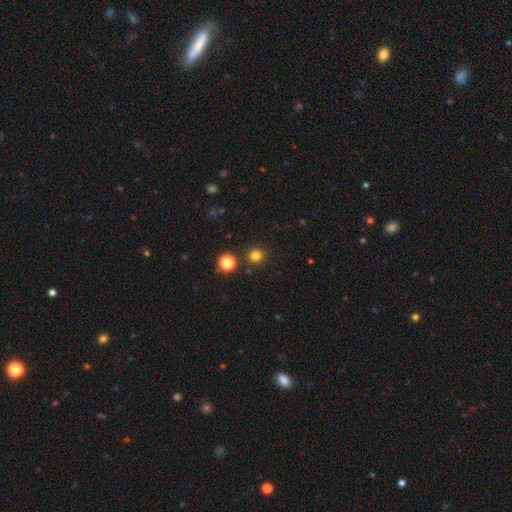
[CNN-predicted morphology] smooth-or-featured: smooth: 79% | star or artifact: 17% | featured or disk: 5%
  how-rounded: round: 90% | in between: 9% | cigar-shaped: 1%
  merging: none: 88% | minor disturbance: 6% | merger: 4% | major disturbance: 2%